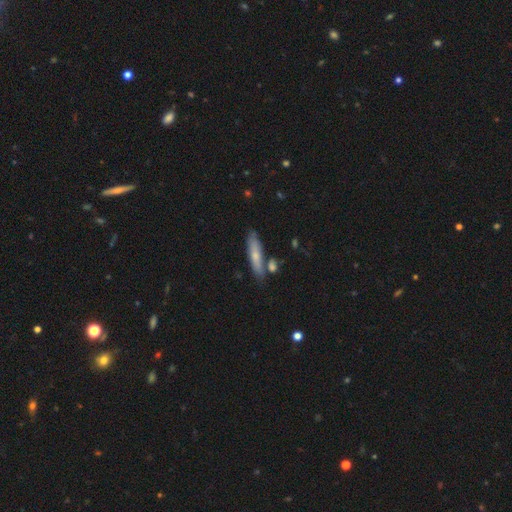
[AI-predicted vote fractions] A smooth galaxy with no disk features (63%) that is cigar-shaped (78%). Merging: none (73%).